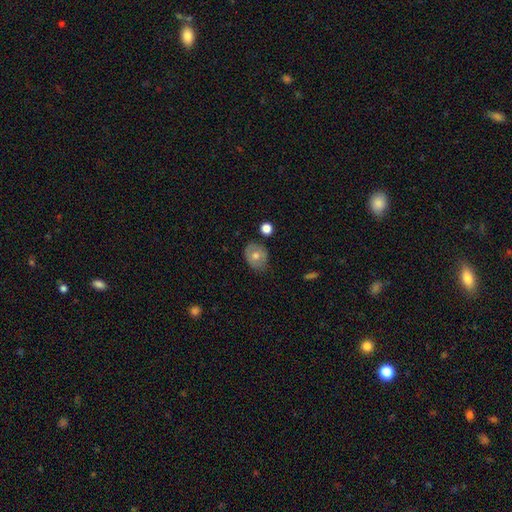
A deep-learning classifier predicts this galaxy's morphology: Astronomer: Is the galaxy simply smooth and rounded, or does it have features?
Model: smooth — 56% (runner-up: featured or disk, 35%).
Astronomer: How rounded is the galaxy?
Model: in between — 50% (runner-up: round, 49%).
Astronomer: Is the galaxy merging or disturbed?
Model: none — 74%.